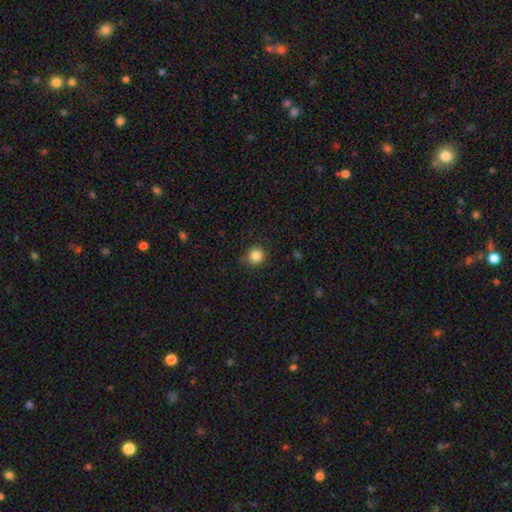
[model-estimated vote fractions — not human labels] Overall: smooth (85%). How rounded: round (89%). Merging: none (80%).